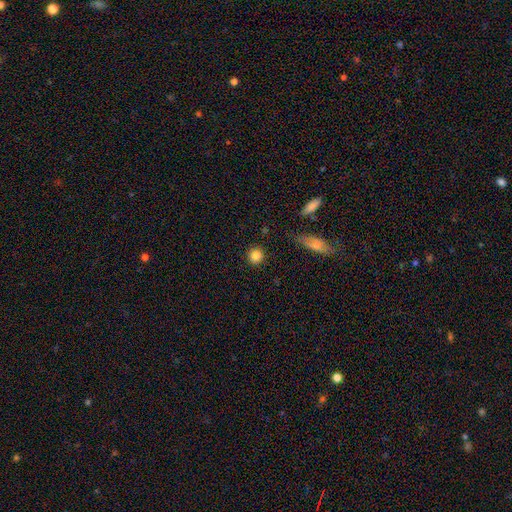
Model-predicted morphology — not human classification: smooth 85%, star or artifact 10%, featured or disk 6%. Down the decision tree: how rounded — round (92%); merging — none (90%).